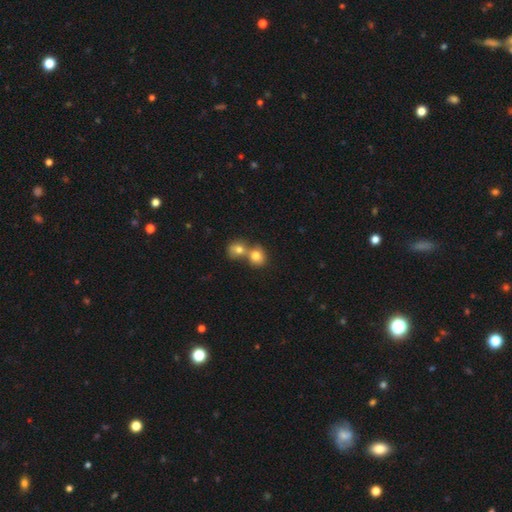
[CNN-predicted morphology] This appears to be a smooth galaxy with no disk features (78%) that is round (74%). Merging: merger (63%).